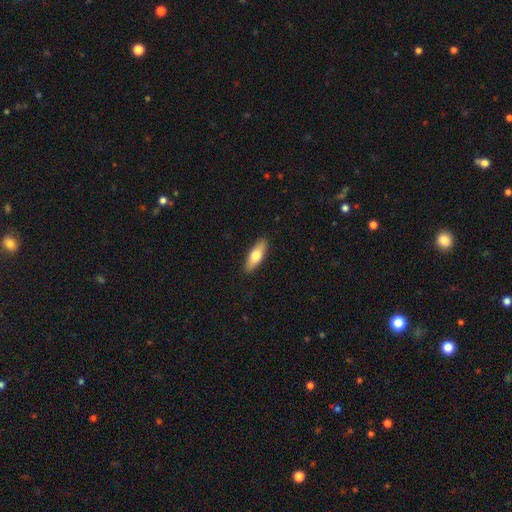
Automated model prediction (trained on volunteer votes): Smooth or featured? smooth (68%)
How rounded? in between (65%)
Merging? none (89%)